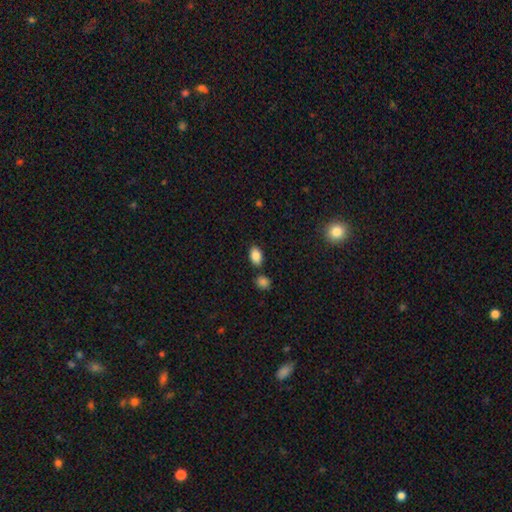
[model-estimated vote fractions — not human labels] smooth 86%, star or artifact 9%, featured or disk 5%. Down the decision tree: how rounded — in between (89%); merging — none (78%).